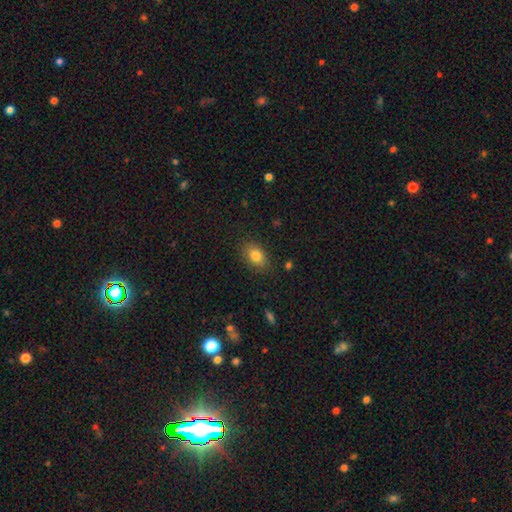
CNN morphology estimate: type=smooth (82%); roundness=in between (81%); merging=none (83%).